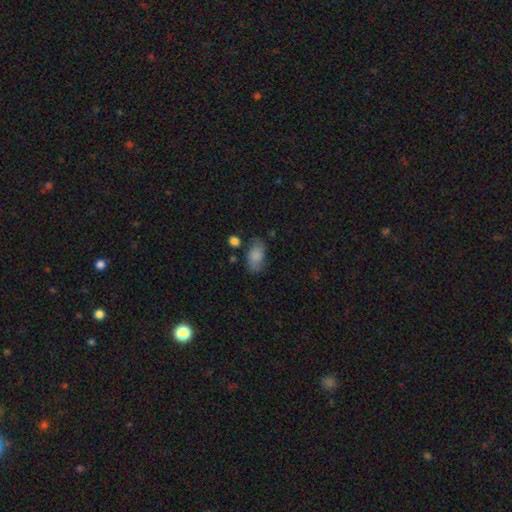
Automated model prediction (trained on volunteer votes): Smooth or featured? Predicted: smooth (p=0.80). How rounded? Predicted: in between (p=0.92). Merging? Predicted: none (p=0.66).